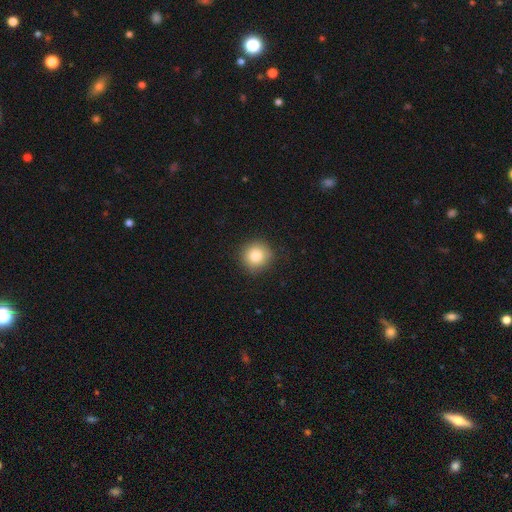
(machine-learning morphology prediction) A smooth galaxy with no disk features (83%) that is round (93%).

Vote fractions:
- Smooth or featured? smooth: 83% / star or artifact: 10% / featured or disk: 7%
- How rounded? round: 93% / in between: 6% / cigar-shaped: 1%
- Merging? none: 89% / minor disturbance: 7% / major disturbance: 2% / merger: 1%